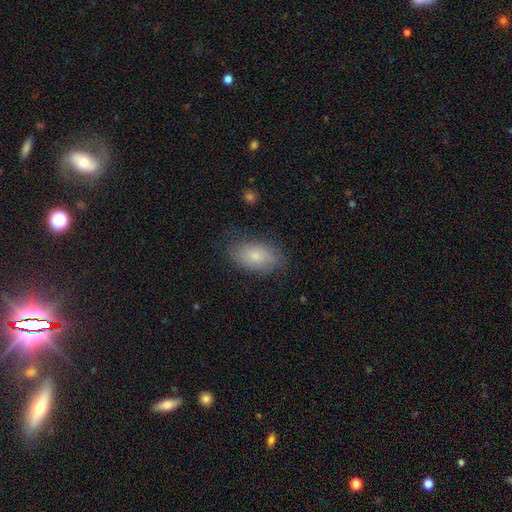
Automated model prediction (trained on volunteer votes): Smooth or featured: smooth — 74% (featured or disk — 19%)
How rounded: in between — 92% (round — 6%)
Merging: none — 71% (minor disturbance — 21%)